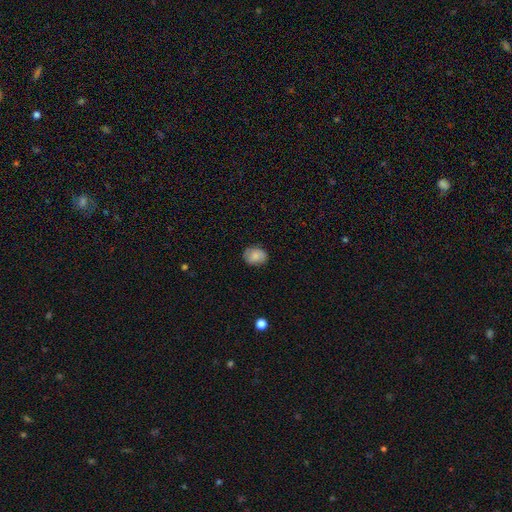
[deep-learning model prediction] smooth_or_featured: smooth (p=0.77) [alt: featured or disk p=0.15]
how_rounded: in between (p=0.54) [alt: round p=0.45]
merging: none (p=0.83) [alt: minor disturbance p=0.13]